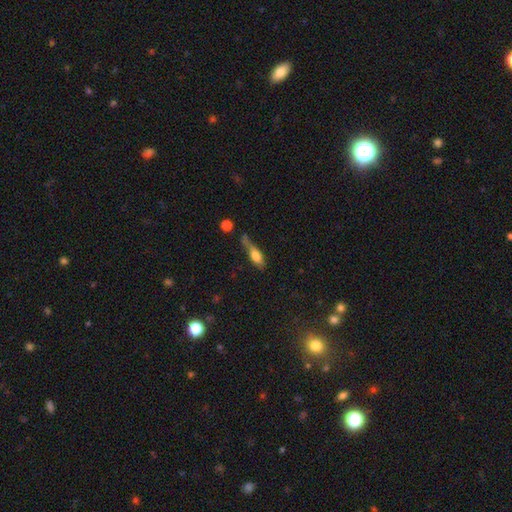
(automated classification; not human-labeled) smooth 62%, featured or disk 28%, star or artifact 9%. Down the decision tree: how rounded — cigar-shaped (49%); merging — none (35%).